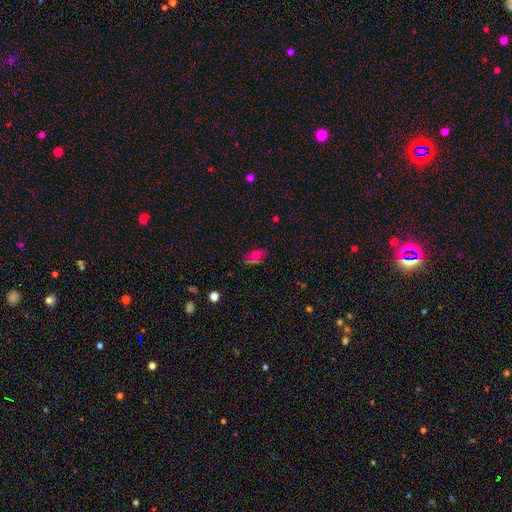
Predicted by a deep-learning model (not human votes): smooth 55%, featured or disk 29%, star or artifact 16%. Down the decision tree: how rounded — in between (86%); merging — none (72%).